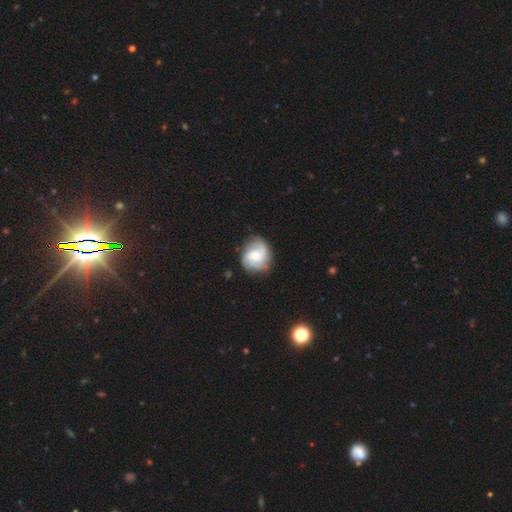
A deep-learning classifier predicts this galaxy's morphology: smooth_or_featured: featured or disk (p=0.65) [alt: smooth p=0.28]
disk_edge_on: no (p=0.98) [alt: yes p=0.02]
bar: no (p=0.68) [alt: weak p=0.28]
has_spiral_arms: yes (p=0.93) [alt: no p=0.07]
spiral_winding: medium (p=0.43) [alt: tight p=0.37]
spiral_arm_count: 2 (p=0.42) [alt: 3 p=0.30]
bulge_size: moderate (p=0.52) [alt: small p=0.41]
merging: none (p=0.73) [alt: minor disturbance p=0.20]